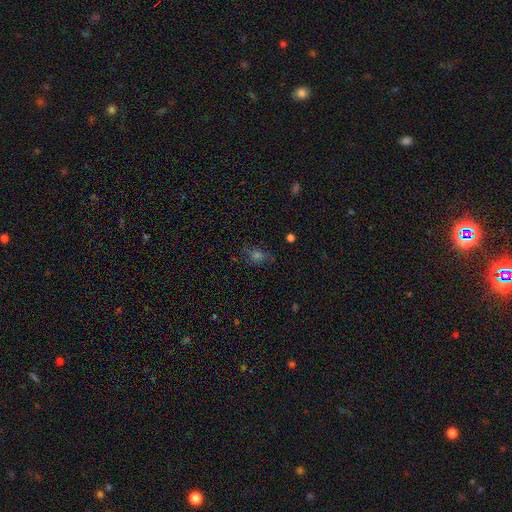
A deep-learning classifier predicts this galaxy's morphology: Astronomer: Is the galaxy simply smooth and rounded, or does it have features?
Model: smooth — 41% (runner-up: star or artifact, 35%).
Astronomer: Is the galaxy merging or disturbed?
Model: none — 75%.